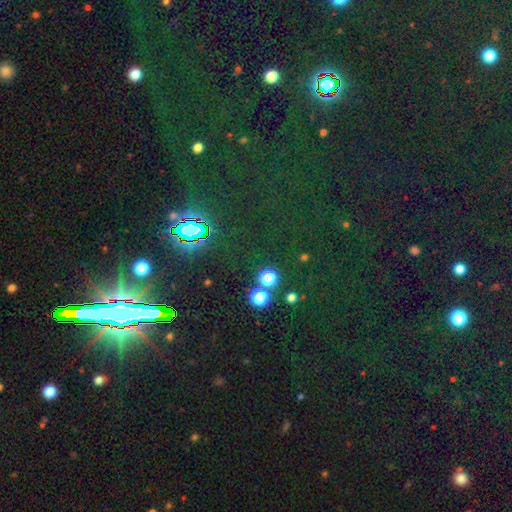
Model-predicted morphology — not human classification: Smooth or featured? Predicted: star or artifact (p=0.78).